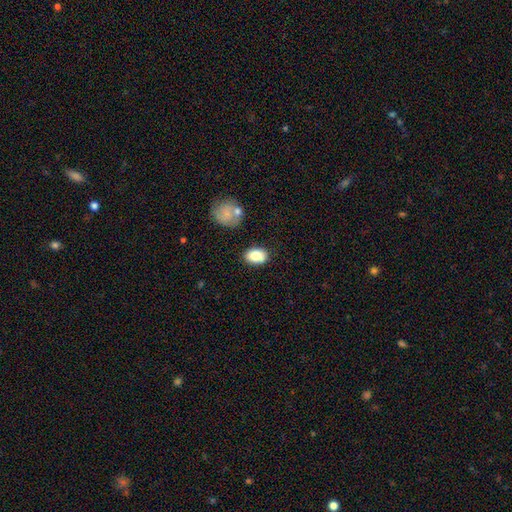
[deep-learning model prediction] smooth 85%, featured or disk 8%, star or artifact 7%. Down the decision tree: how rounded — in between (84%); merging — none (81%).